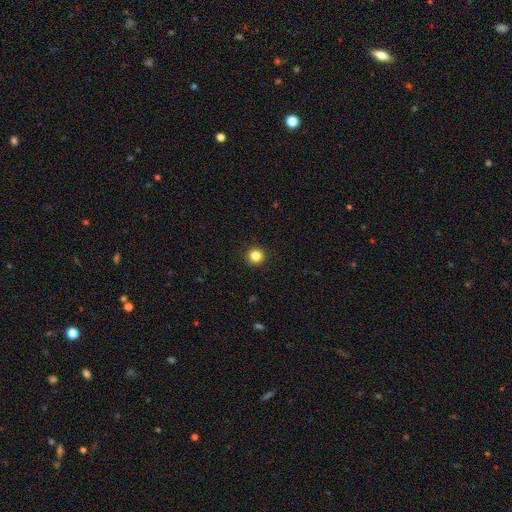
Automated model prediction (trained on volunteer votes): Smooth or featured? Predicted: smooth (p=0.84). How rounded? Predicted: round (p=0.95). Merging? Predicted: none (p=0.93).